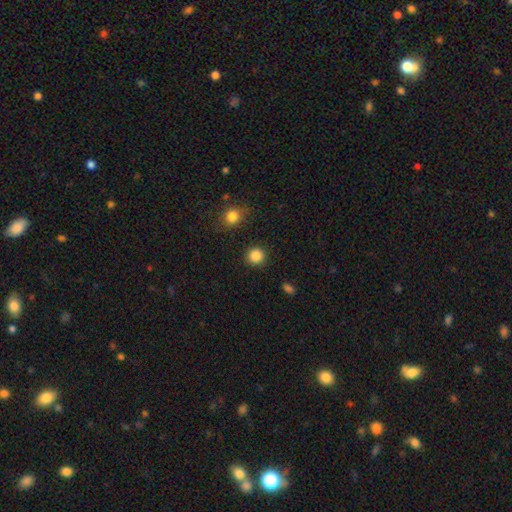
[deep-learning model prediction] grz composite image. It shows a smooth galaxy with no disk features (87%) that is round (93%). Merging: none (90%).